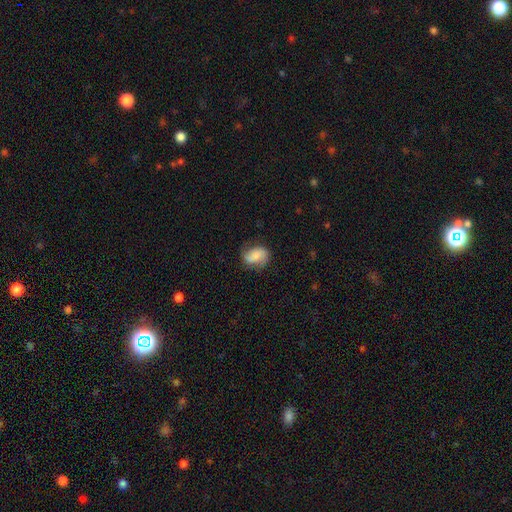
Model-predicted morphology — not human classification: Smooth or featured: smooth — 51% (featured or disk — 41%)
How rounded: in between — 68% (round — 30%)
Merging: none — 68% (minor disturbance — 23%)